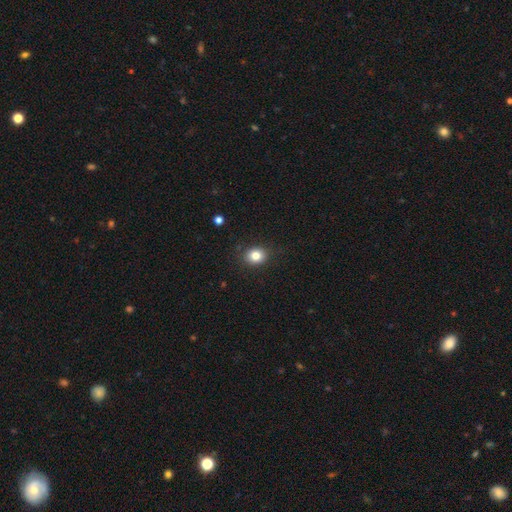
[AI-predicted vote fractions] Q: Smooth or featured?
A: smooth (82%); runner-up: star or artifact (11%)
Q: How rounded?
A: round (60%); runner-up: in between (39%)
Q: Merging?
A: none (87%); runner-up: minor disturbance (9%)